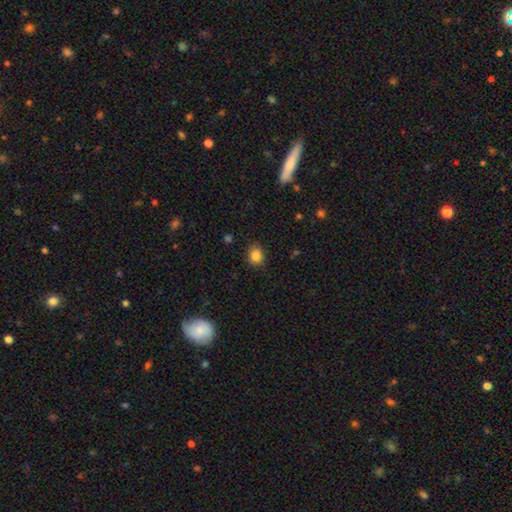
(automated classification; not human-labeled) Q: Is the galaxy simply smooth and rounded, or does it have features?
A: smooth — 85%.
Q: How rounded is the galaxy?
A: round — 62%.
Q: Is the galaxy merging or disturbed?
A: none — 86%.